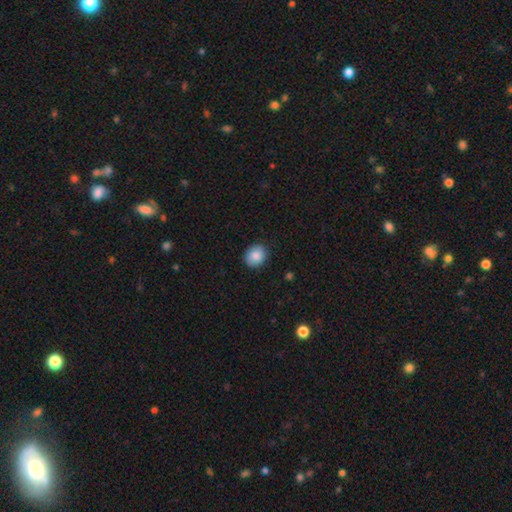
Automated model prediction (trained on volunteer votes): Smooth or featured?
  - smooth: 87% *
  - star or artifact: 8%
  - featured or disk: 5%
How rounded?
  - round: 68% *
  - in between: 31%
  - cigar-shaped: 1%
Merging?
  - none: 88% *
  - minor disturbance: 9%
  - major disturbance: 2%
  - merger: 1%